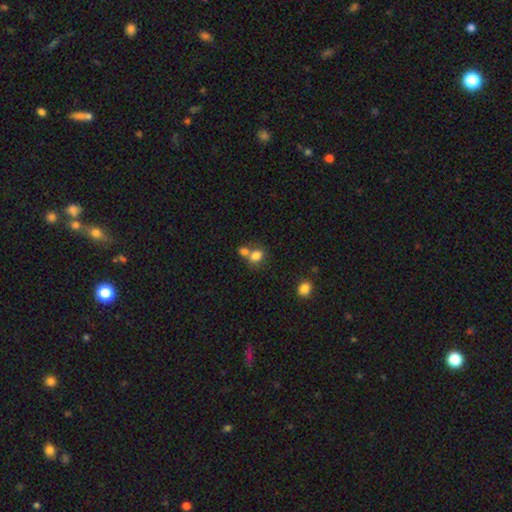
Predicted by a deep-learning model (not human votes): smooth 79%, star or artifact 11%, featured or disk 10%. Down the decision tree: how rounded — round (53%); merging — merger (47%).